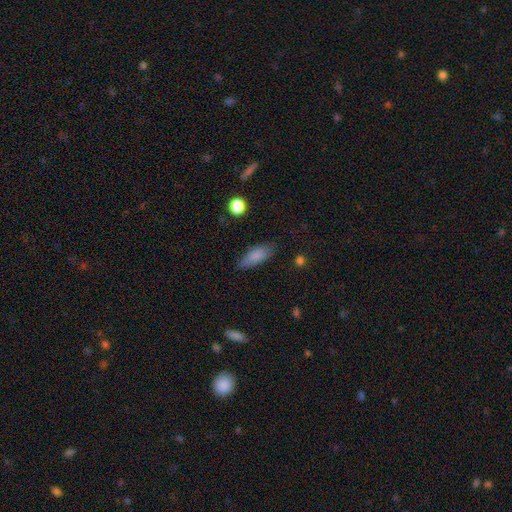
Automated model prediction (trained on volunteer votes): smooth 83%, featured or disk 10%, star or artifact 7%. Down the decision tree: how rounded — in between (71%); merging — none (78%).